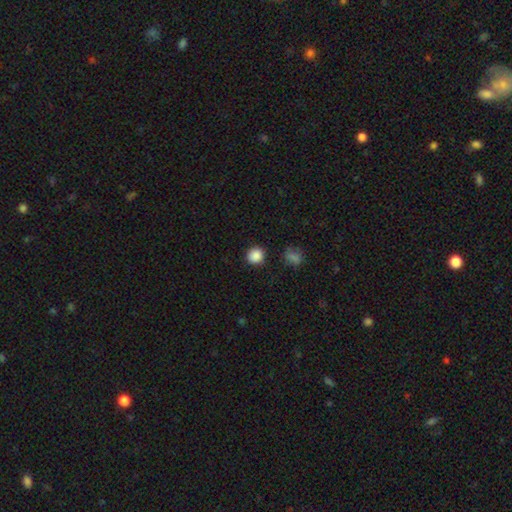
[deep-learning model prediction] smooth-or-featured: smooth: 87% | star or artifact: 10% | featured or disk: 3%
  how-rounded: round: 89% | in between: 10% | cigar-shaped: 1%
  merging: none: 89% | minor disturbance: 7% | major disturbance: 2% | merger: 2%